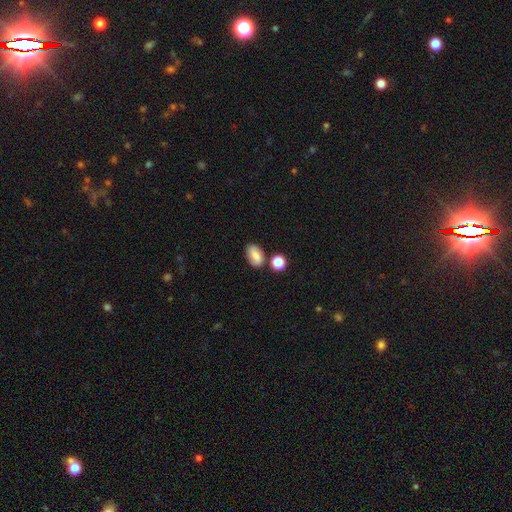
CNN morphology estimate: type=smooth (74%); roundness=in between (86%); merging=none (72%).